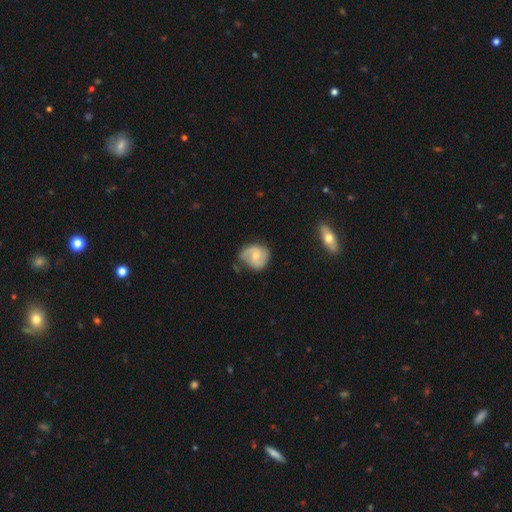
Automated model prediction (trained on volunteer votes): Smooth or featured? featured or disk (68%)
Edge-on disk? no (97%)
Bar? no (51%)
Spiral arms? yes (89%)
Spiral winding? medium (44%)
Spiral arm count? 2 (76%)
Bulge size? moderate (52%)
Merging? none (61%)